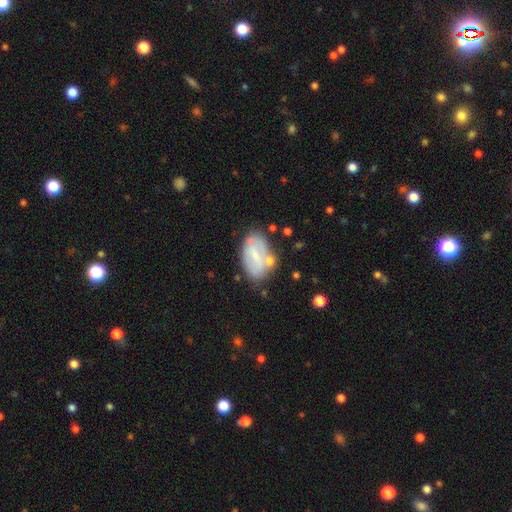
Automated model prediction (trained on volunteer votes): smooth_or_featured: smooth (p=0.48) [alt: featured or disk p=0.44]
merging: none (p=0.56) [alt: minor disturbance p=0.24]